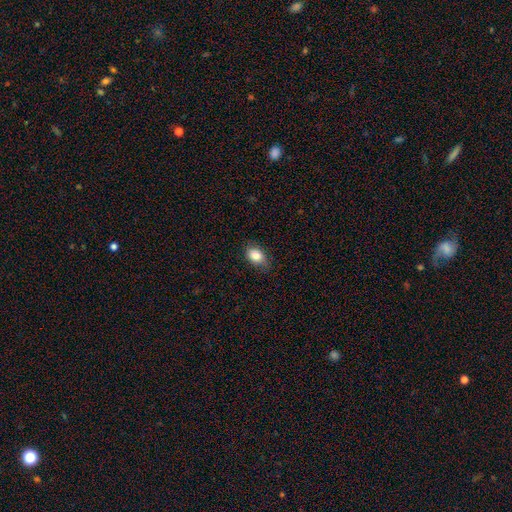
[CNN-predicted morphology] Q: Smooth or featured?
A: smooth (84%); runner-up: star or artifact (8%)
Q: How rounded?
A: in between (80%); runner-up: round (18%)
Q: Merging?
A: none (76%); runner-up: minor disturbance (19%)